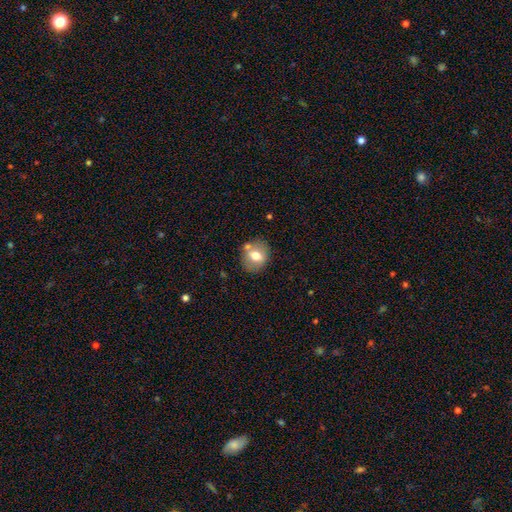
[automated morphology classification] Smooth or featured? smooth (64%)
How rounded? round (60%)
Merging? none (71%)